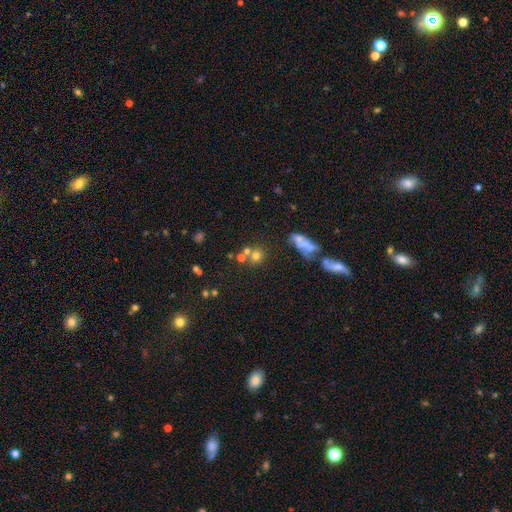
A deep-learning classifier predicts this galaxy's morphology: Smooth or featured? Predicted: smooth (p=0.65). How rounded? Predicted: round (p=0.82). Merging? Predicted: none (p=0.52).